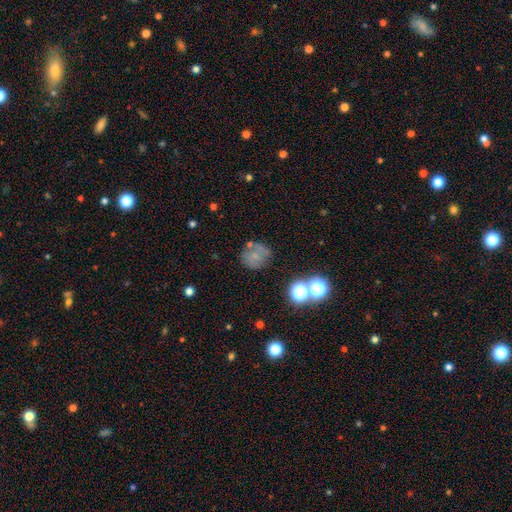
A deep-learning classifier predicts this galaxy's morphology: smooth-or-featured: smooth: 60% | featured or disk: 21% | star or artifact: 19%
  how-rounded: round: 82% | in between: 17% | cigar-shaped: 1%
  merging: none: 61% | minor disturbance: 19% | merger: 11% | major disturbance: 9%